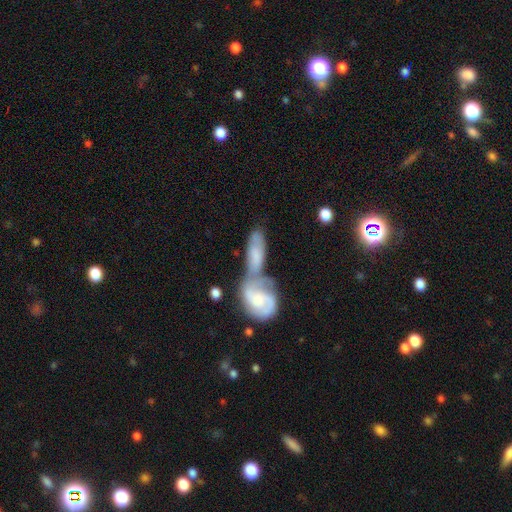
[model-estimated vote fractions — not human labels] Smooth or featured? featured or disk (48%)
Merging? merger (65%)